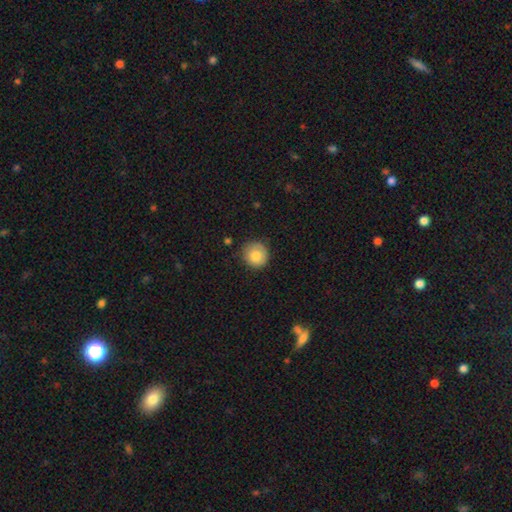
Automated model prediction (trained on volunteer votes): Morphology: type=smooth (82%); roundness=round (92%); merging=none (80%).